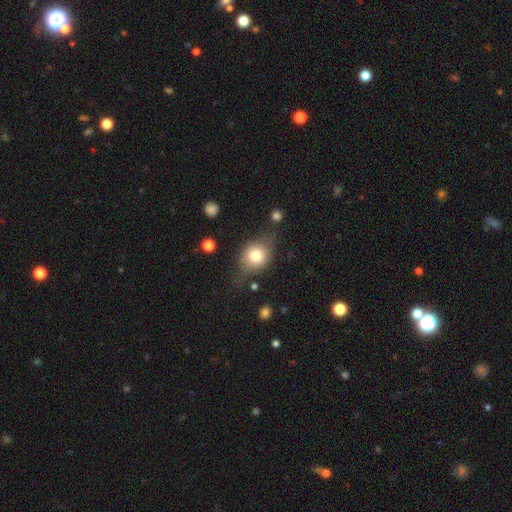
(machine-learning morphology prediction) Overall: smooth (66%). How rounded: round (58%; in between 39%). Merging: none (57%; minor disturbance 26%).